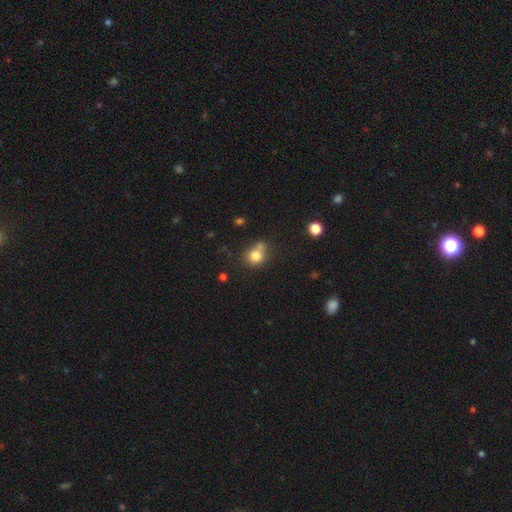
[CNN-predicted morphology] The model was most divided on "merging": none: 52%, merger: 28%, minor disturbance: 15%, major disturbance: 5%. More confident: smooth or featured — smooth (79%); how rounded — round (78%).